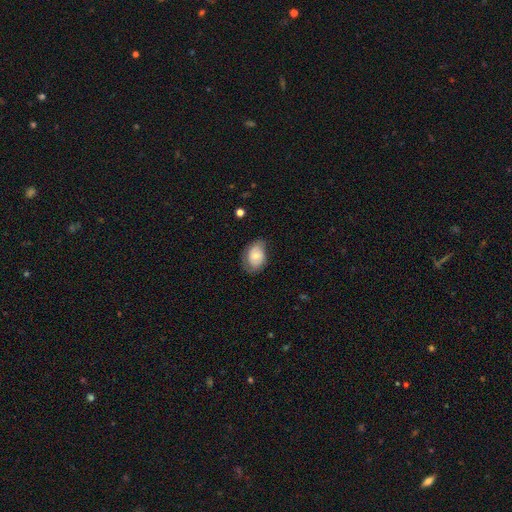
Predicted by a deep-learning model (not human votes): smooth 65%, featured or disk 28%, star or artifact 7%. Down the decision tree: how rounded — in between (82%); merging — none (65%).